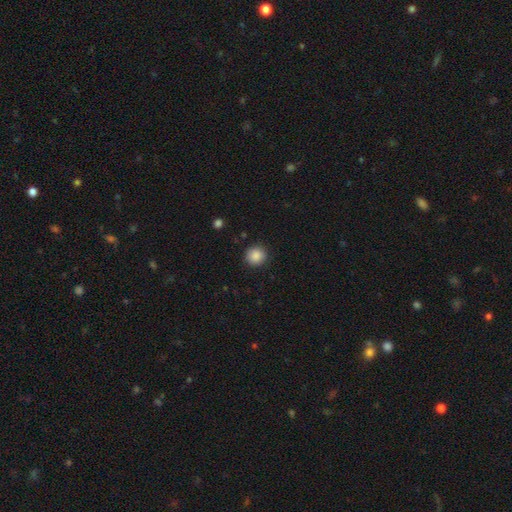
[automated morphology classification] Smooth or featured?
  - smooth: 87% *
  - star or artifact: 9%
  - featured or disk: 3%
How rounded?
  - round: 93% *
  - in between: 6%
  - cigar-shaped: 1%
Merging?
  - none: 90% *
  - minor disturbance: 6%
  - major disturbance: 2%
  - merger: 1%